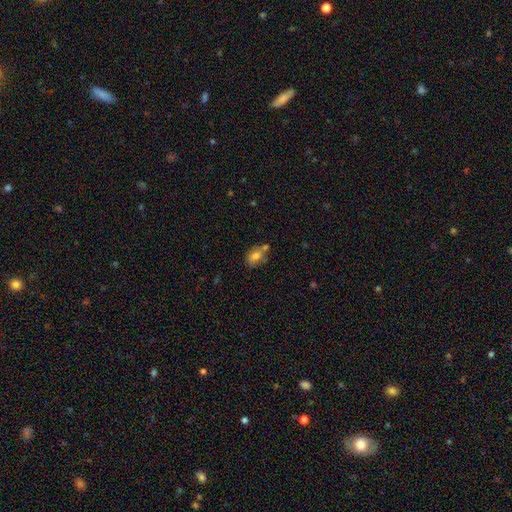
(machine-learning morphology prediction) A smooth galaxy with no disk features (76%) that is in between round and cigar-shaped (71%). Merging: none (56%).